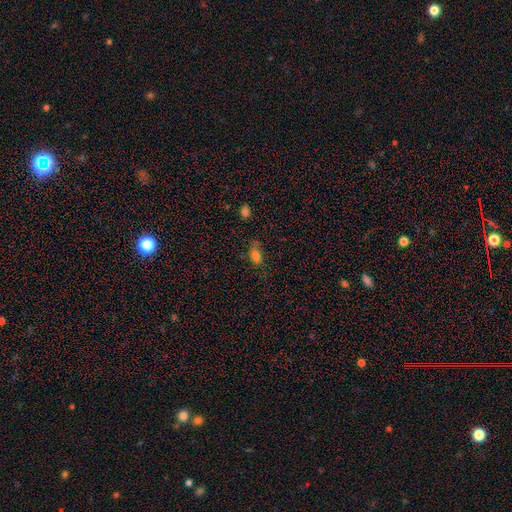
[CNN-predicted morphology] A smooth galaxy with no disk features (77%) that is in between round and cigar-shaped (83%). Merging: none (48%).